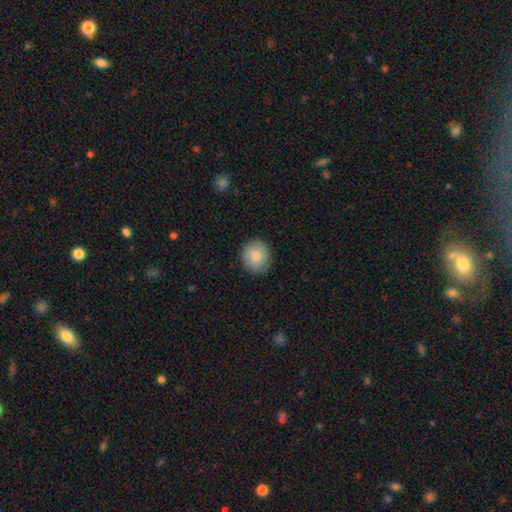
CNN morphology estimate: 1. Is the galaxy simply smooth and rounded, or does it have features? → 85% smooth, 8% featured or disk, 7% star or artifact.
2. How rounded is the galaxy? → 83% round, 16% in between, 1% cigar-shaped.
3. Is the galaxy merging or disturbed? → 85% none, 12% minor disturbance, 2% major disturbance, 1% merger.